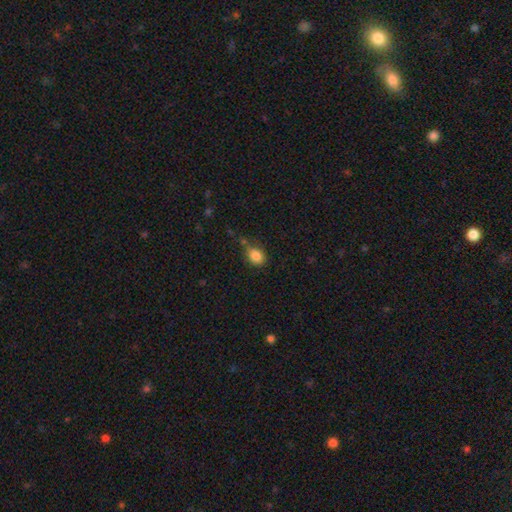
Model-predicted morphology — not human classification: This is clearly a smooth galaxy (84%). How rounded: likely in between (61%). Merging: likely none (64%).